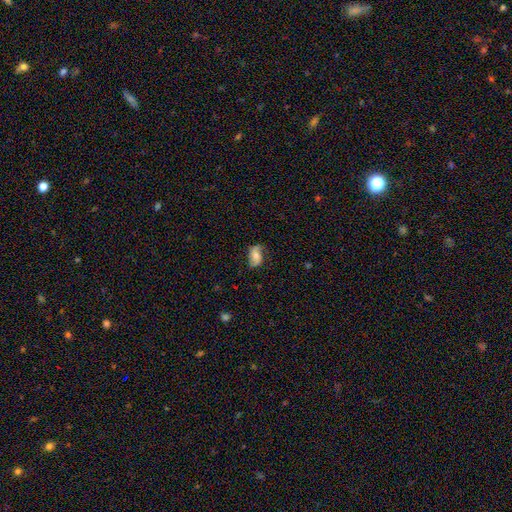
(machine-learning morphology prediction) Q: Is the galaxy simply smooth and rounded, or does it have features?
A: smooth — 52%.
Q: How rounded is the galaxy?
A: in between — 89%.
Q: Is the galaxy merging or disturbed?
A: none — 68%.